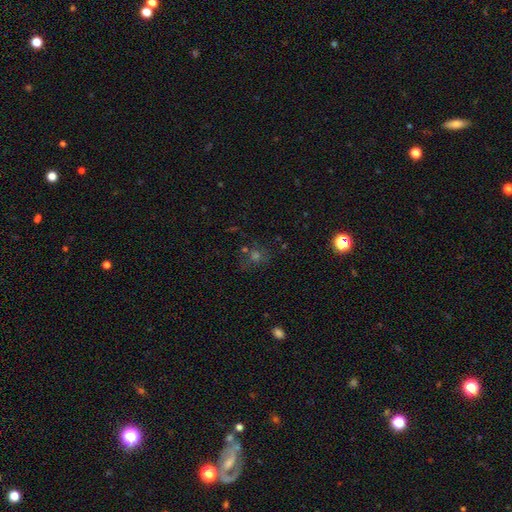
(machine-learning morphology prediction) The model was most divided on "smooth or featured" (2-way tie): star or artifact: 40%, smooth: 40%, featured or disk: 19%.